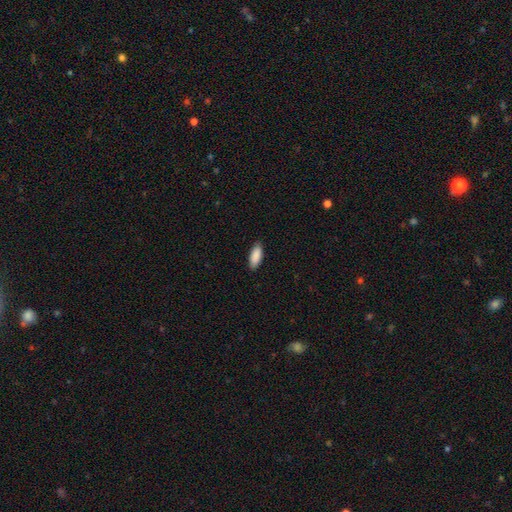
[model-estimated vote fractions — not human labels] smooth 90%, star or artifact 6%, featured or disk 4%. Down the decision tree: how rounded — in between (77%); merging — none (88%).